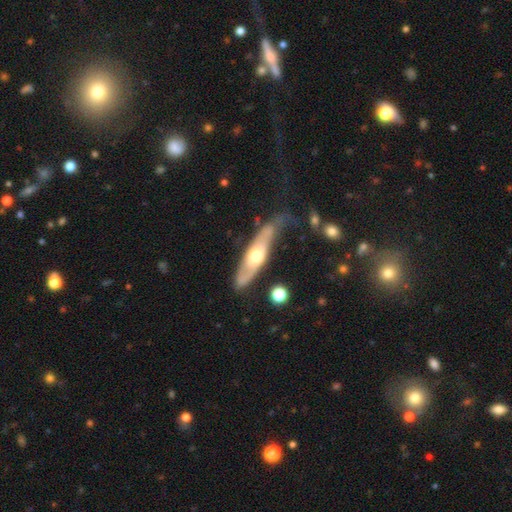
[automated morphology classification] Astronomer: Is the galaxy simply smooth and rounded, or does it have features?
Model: featured or disk — 63%.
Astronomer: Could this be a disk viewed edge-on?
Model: no — 53% (runner-up: yes, 47%).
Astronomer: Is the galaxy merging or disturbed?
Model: none — 53%.